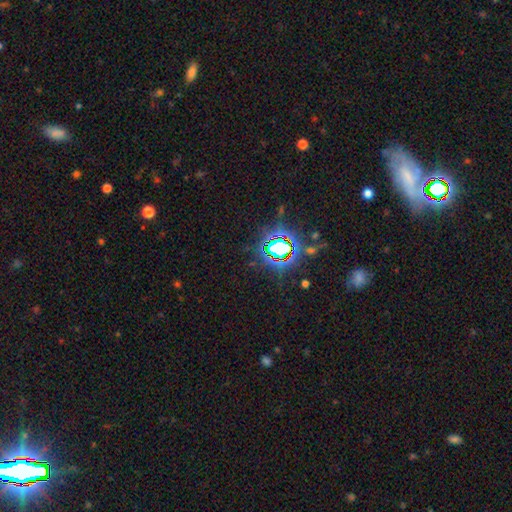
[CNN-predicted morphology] Q: Smooth or featured?
A: star or artifact (77%); runner-up: smooth (13%)